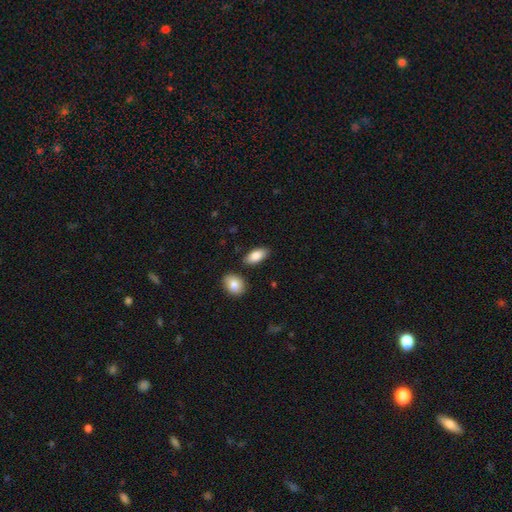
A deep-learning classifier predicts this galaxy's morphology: This is clearly a smooth galaxy (86%). How rounded: clearly in between (91%). Merging: clearly none (83%).